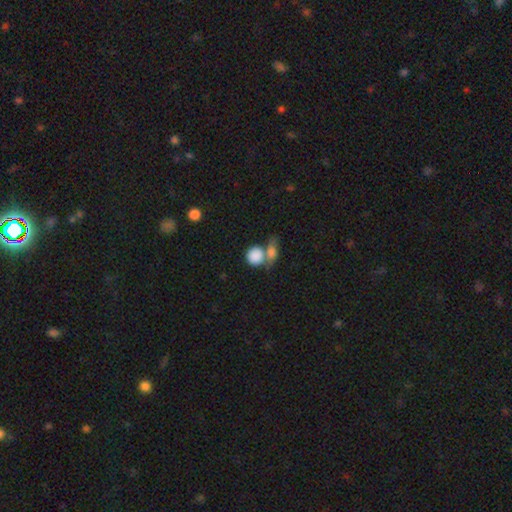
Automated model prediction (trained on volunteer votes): smooth-or-featured: smooth: 86% | star or artifact: 8% | featured or disk: 7%
  how-rounded: round: 81% | in between: 17% | cigar-shaped: 2%
  merging: merger: 48% | none: 36% | minor disturbance: 10% | major disturbance: 6%